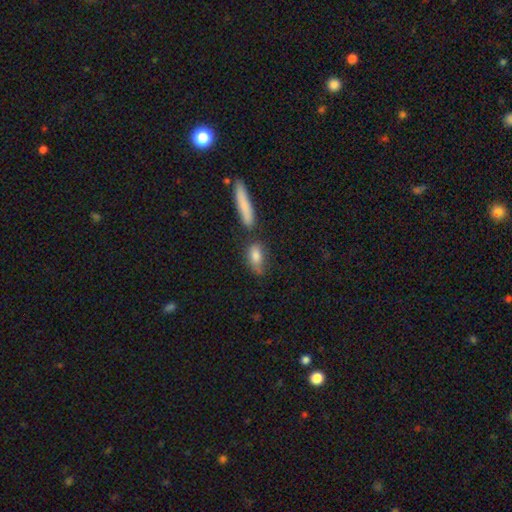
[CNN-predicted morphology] This is likely a smooth galaxy (80%). How rounded: likely in between (75%). Merging: possibly none (56%).